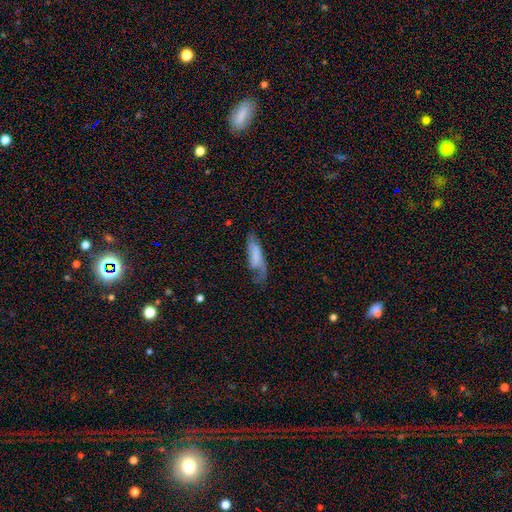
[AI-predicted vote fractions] A smooth galaxy with no disk features (54%) that is in between round and cigar-shaped (53%). Merging: none (40%).